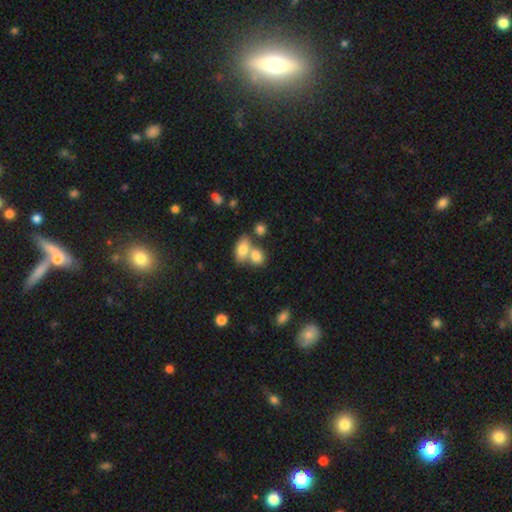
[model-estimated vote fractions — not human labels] Q: Smooth or featured?
A: smooth (79%); runner-up: featured or disk (11%)
Q: How rounded?
A: in between (68%); runner-up: round (29%)
Q: Merging?
A: merger (51%); runner-up: none (35%)